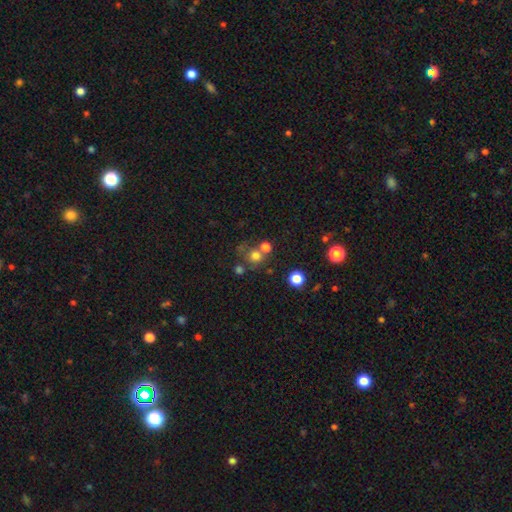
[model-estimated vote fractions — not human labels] Morphology: type=smooth (69%); roundness=round (87%); merging=none (54%).